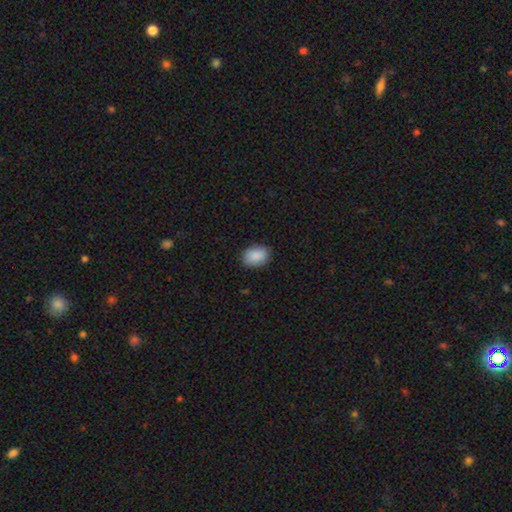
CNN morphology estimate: Smooth or featured? smooth (90%)
How rounded? in between (82%)
Merging? none (87%)